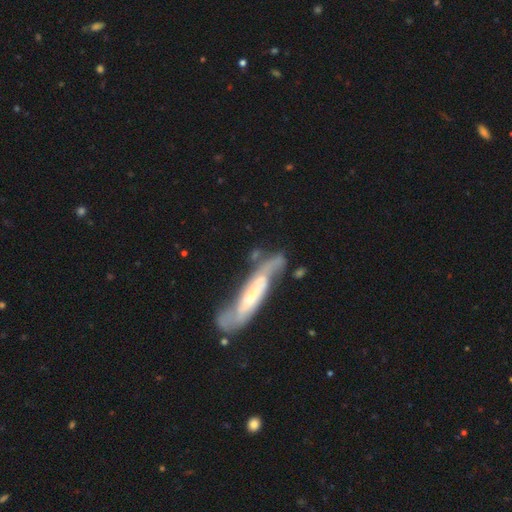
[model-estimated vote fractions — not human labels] The model was most divided on "merging": none: 47%, minor disturbance: 23%, major disturbance: 18%, merger: 12%. More confident: smooth or featured — featured or disk (67%); edge-on disk — no (63%).